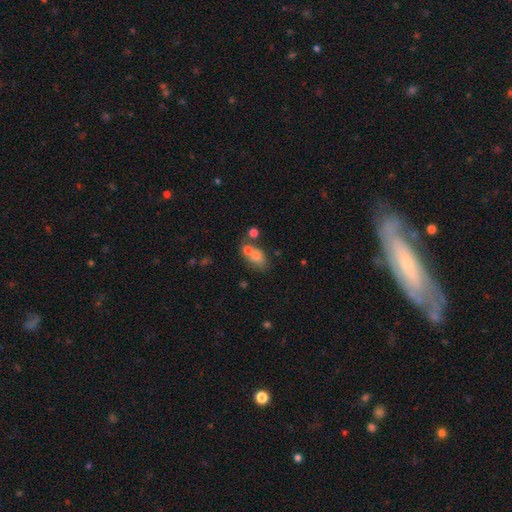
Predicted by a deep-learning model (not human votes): smooth-or-featured: smooth: 72% | featured or disk: 16% | star or artifact: 12%
  how-rounded: in between: 77% | round: 20% | cigar-shaped: 3%
  merging: merger: 40% | none: 36% | minor disturbance: 15% | major disturbance: 9%